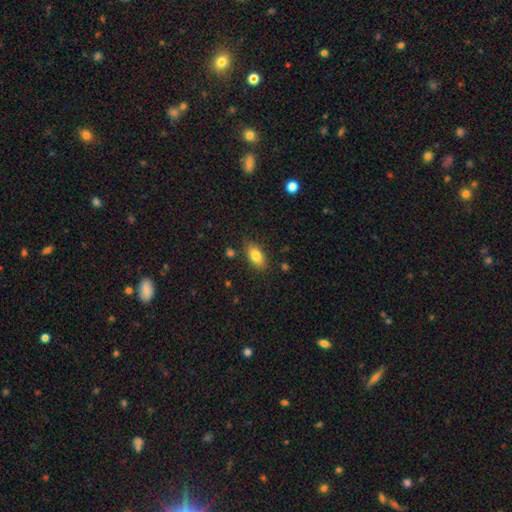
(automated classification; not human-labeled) This is clearly a smooth galaxy (83%). How rounded: clearly in between (89%). Merging: clearly none (81%).